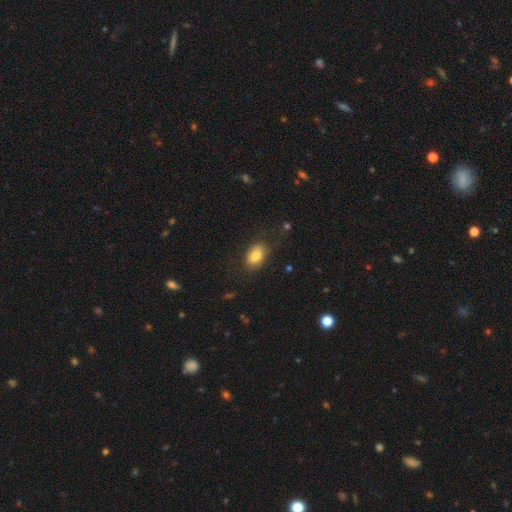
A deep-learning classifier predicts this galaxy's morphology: Smooth or featured? smooth (83%)
How rounded? in between (85%)
Merging? none (76%)